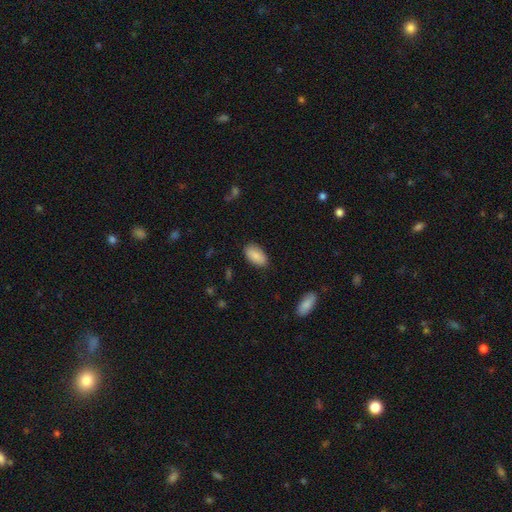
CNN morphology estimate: Smooth or featured: smooth — 88% (star or artifact — 6%)
How rounded: in between — 95% (round — 3%)
Merging: none — 84% (minor disturbance — 12%)